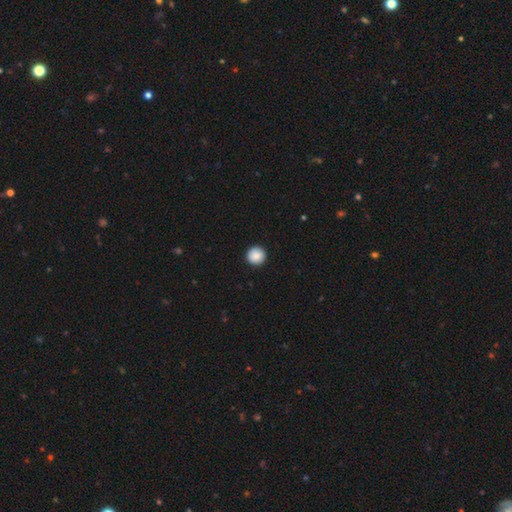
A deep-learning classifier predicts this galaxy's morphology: Smooth or featured? smooth (89%)
How rounded? round (96%)
Merging? none (93%)